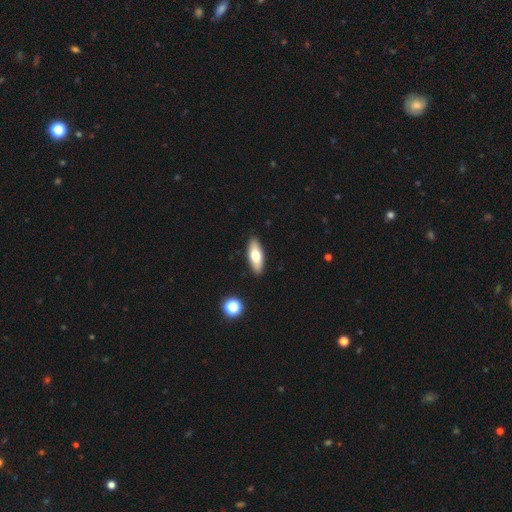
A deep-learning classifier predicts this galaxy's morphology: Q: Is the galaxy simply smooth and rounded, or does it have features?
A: smooth — 69%.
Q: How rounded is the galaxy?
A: in between — 73%.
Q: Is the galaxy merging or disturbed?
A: none — 89%.